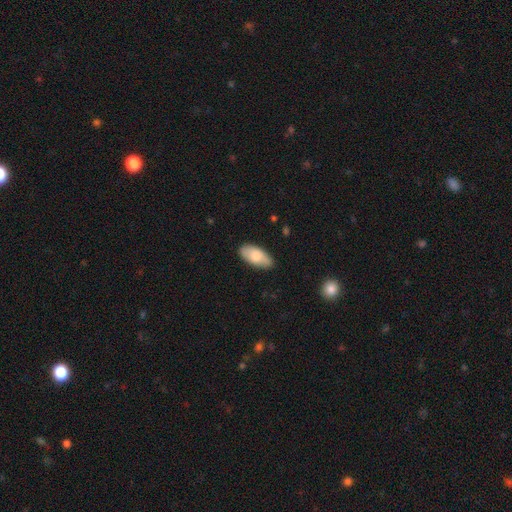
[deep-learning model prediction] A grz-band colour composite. It shows a smooth galaxy with no disk features (81%) that is in between round and cigar-shaped (91%). Merging: none (83%).